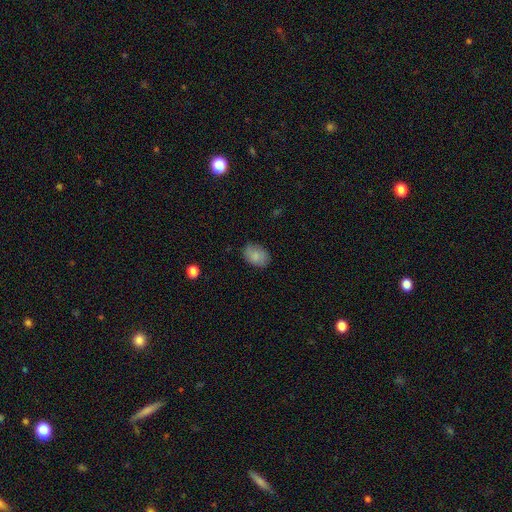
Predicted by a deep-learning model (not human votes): Morphology: type=smooth (85%); roundness=in between (81%); merging=none (82%).